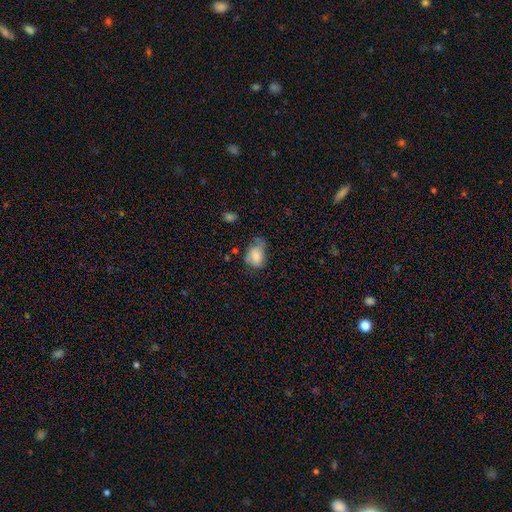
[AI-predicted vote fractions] Smooth or featured? Predicted: smooth (p=0.76). How rounded? Predicted: in between (p=0.73). Merging? Predicted: minor disturbance (p=0.38).